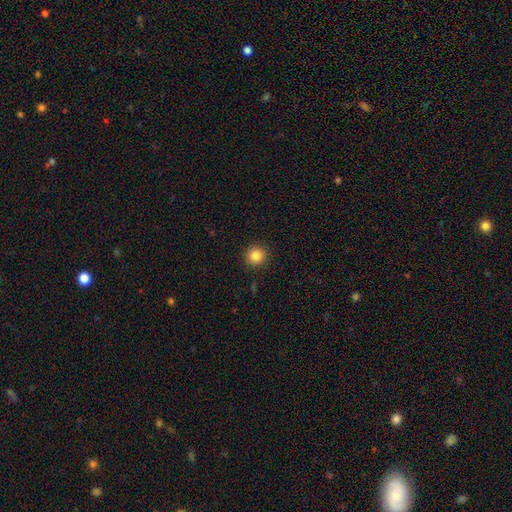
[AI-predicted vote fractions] Smooth or featured? smooth (84%)
How rounded? round (94%)
Merging? none (92%)